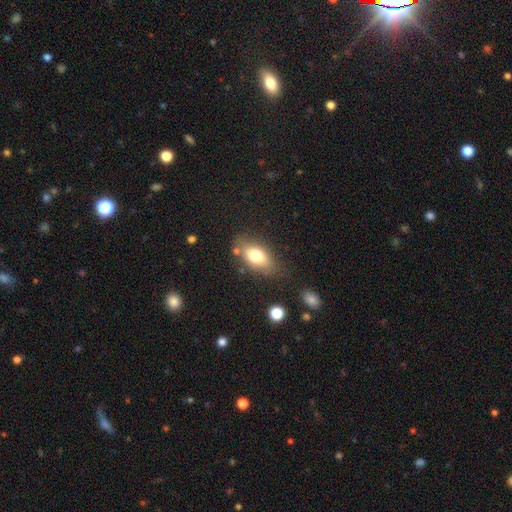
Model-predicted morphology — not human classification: A smooth galaxy with no disk features (75%) that is in between round and cigar-shaped (86%). Merging: none (70%).